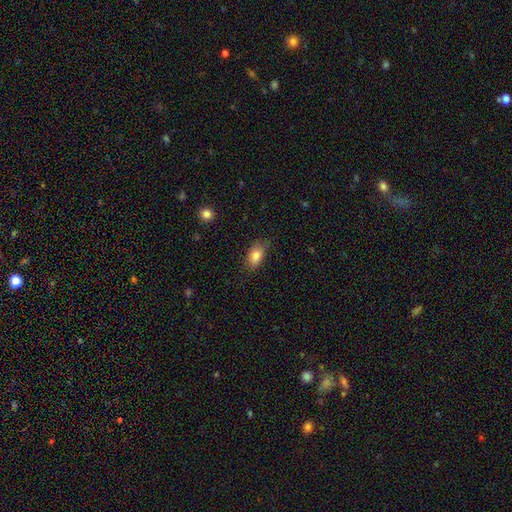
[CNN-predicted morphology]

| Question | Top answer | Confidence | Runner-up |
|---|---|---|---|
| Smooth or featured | smooth | 83% | featured or disk (9%) |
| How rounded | in between | 88% | round (7%) |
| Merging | none | 72% | minor disturbance (22%) |